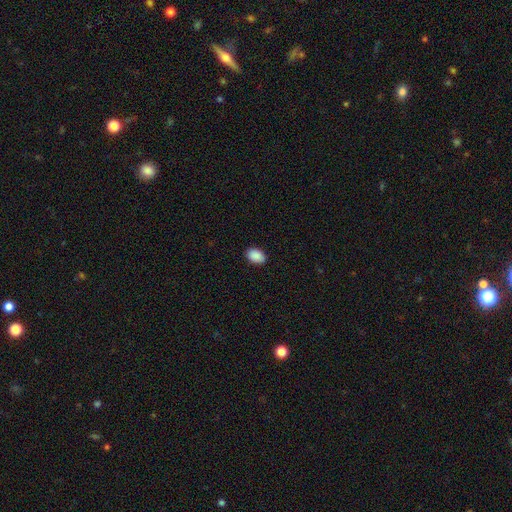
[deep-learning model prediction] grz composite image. It shows a smooth galaxy with no disk features (90%) that is in between round and cigar-shaped (87%). Merging: none (89%).